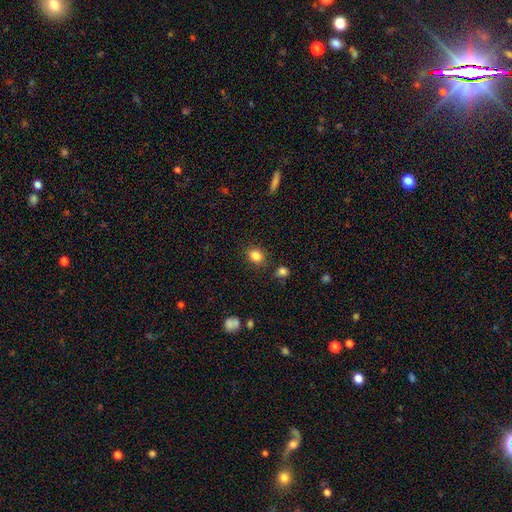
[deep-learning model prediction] The model was most divided on "how rounded": round: 51%, in between: 48%, cigar-shaped: 1%. More confident: smooth or featured — smooth (84%); merging — none (83%).